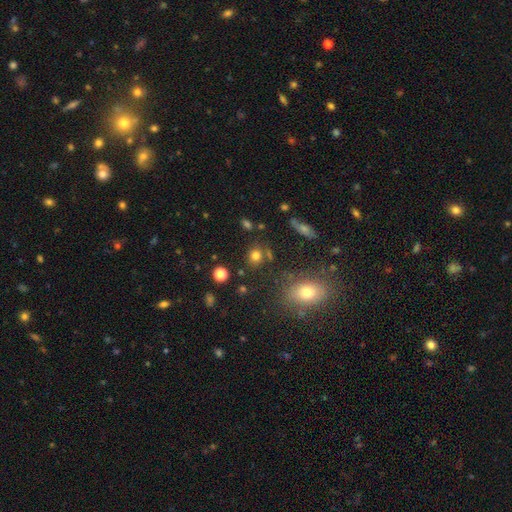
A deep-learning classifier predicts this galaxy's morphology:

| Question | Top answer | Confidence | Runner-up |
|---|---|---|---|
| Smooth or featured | smooth | 77% | star or artifact (16%) |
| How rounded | round | 73% | in between (25%) |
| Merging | none | 78% | minor disturbance (10%) |